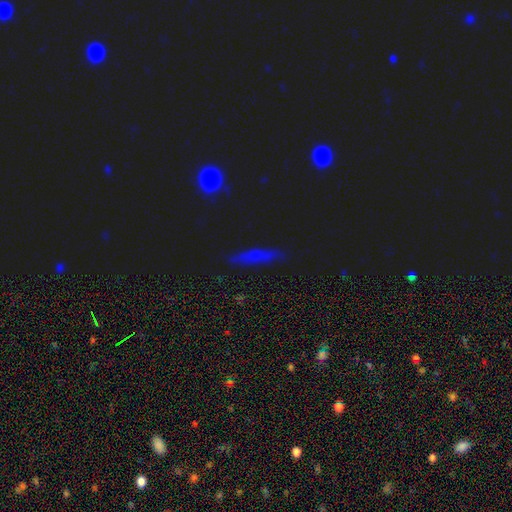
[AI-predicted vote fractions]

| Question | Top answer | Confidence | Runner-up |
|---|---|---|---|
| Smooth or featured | smooth | 46% | star or artifact (31%) |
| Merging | none | 85% | minor disturbance (11%) |